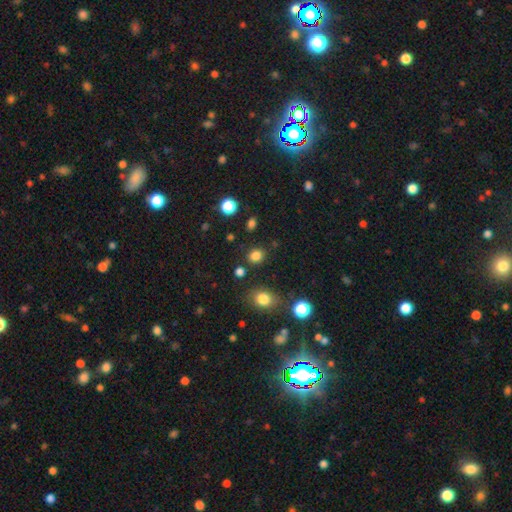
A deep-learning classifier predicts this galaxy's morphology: smooth_or_featured: smooth (p=0.81) [alt: star or artifact p=0.15]
how_rounded: round (p=0.73) [alt: in between p=0.26]
merging: none (p=0.85) [alt: minor disturbance p=0.09]